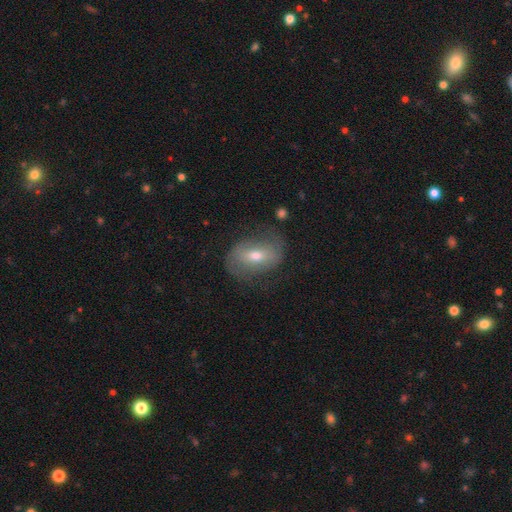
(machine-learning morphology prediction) smooth-or-featured: featured or disk: 57% | smooth: 35% | star or artifact: 8%
  disk-edge-on: no: 92% | yes: 8%
    bar: strong: 38% | weak: 36% | no: 25%
    has-spiral-arms: yes: 64% | no: 36%
    bulge-size: moderate: 57% | small: 37% | large: 4% | none: 1% | dominant: 1%
  merging: none: 66% | minor disturbance: 21% | major disturbance: 11% | merger: 2%